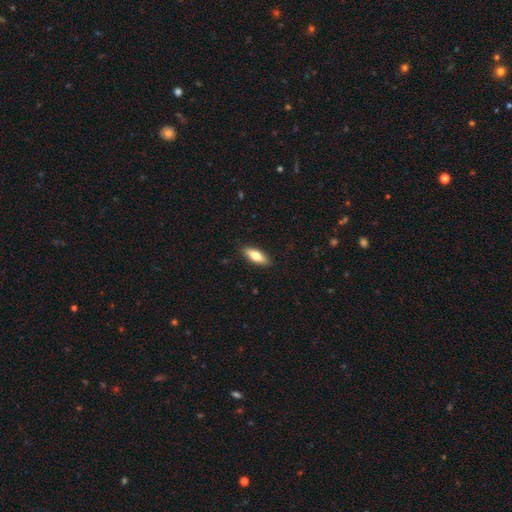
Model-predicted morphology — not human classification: Smooth or featured: smooth — 70% (featured or disk — 24%)
How rounded: in between — 63% (cigar-shaped — 35%)
Merging: none — 89% (minor disturbance — 8%)